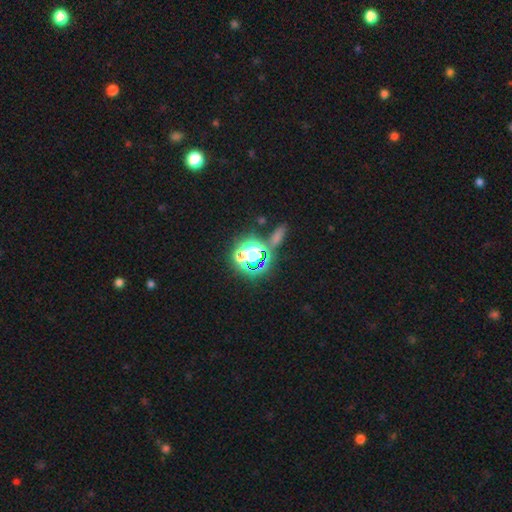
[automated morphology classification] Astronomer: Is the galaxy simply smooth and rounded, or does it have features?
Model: star or artifact — 81%.